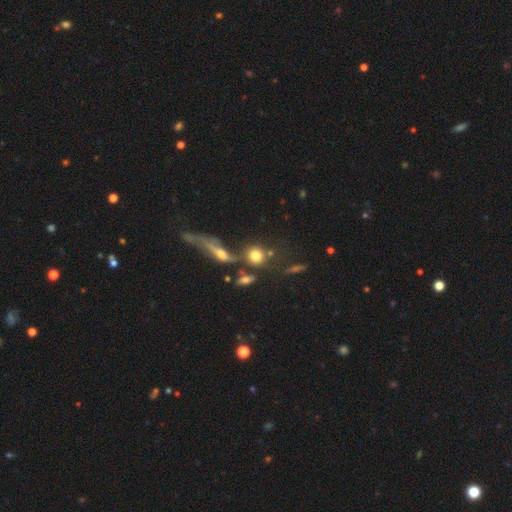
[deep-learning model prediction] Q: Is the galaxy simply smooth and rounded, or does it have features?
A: smooth — 72%.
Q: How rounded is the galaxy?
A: round — 78%.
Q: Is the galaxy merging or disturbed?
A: none — 43%.